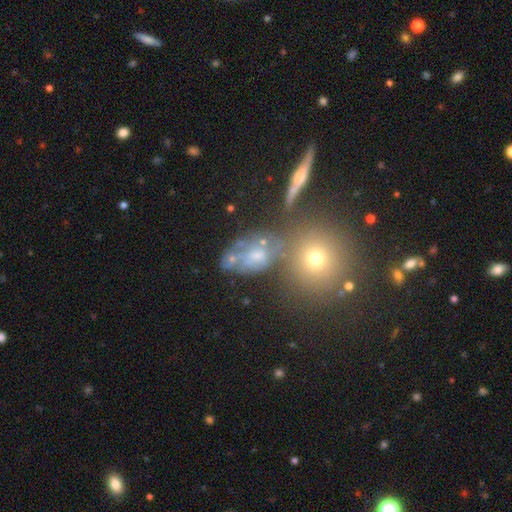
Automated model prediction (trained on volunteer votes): A smooth galaxy with no disk features (44%).

Vote fractions:
- Smooth or featured? smooth: 44% / featured or disk: 35% / star or artifact: 21%
- Merging? none: 38% / merger: 30% / minor disturbance: 17% / major disturbance: 15%